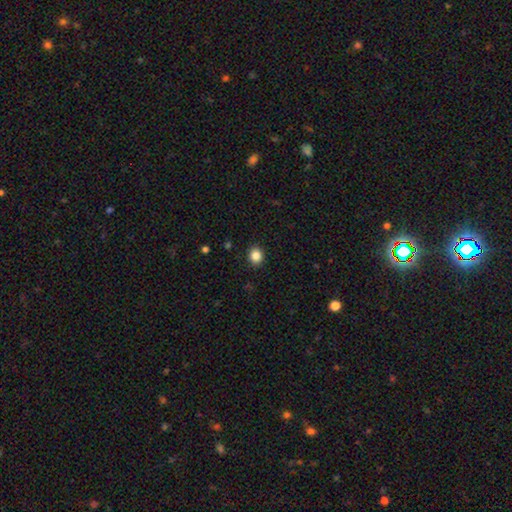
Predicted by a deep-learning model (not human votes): Smooth or featured?
  - smooth: 85% *
  - star or artifact: 11%
  - featured or disk: 4%
How rounded?
  - round: 74% *
  - in between: 25%
  - cigar-shaped: 1%
Merging?
  - none: 91% *
  - minor disturbance: 6%
  - major disturbance: 2%
  - merger: 1%